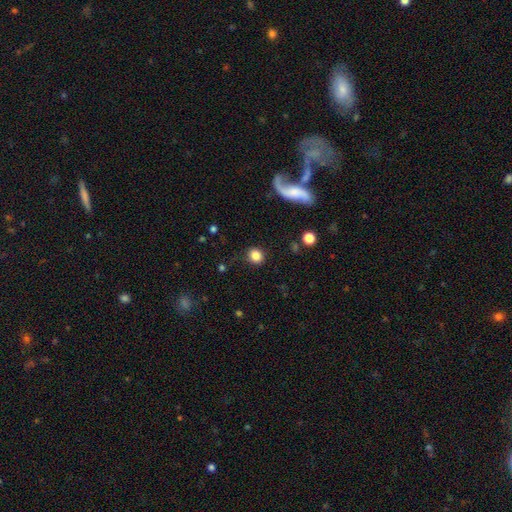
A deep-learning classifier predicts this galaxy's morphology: Smooth or featured? Predicted: smooth (p=0.82). How rounded? Predicted: round (p=0.84). Merging? Predicted: none (p=0.87).